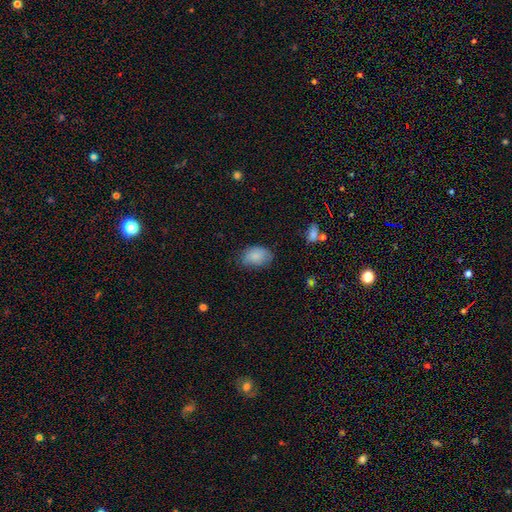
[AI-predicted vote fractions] A smooth galaxy with no disk features (85%) that is in between round and cigar-shaped (81%). Merging: none (65%).